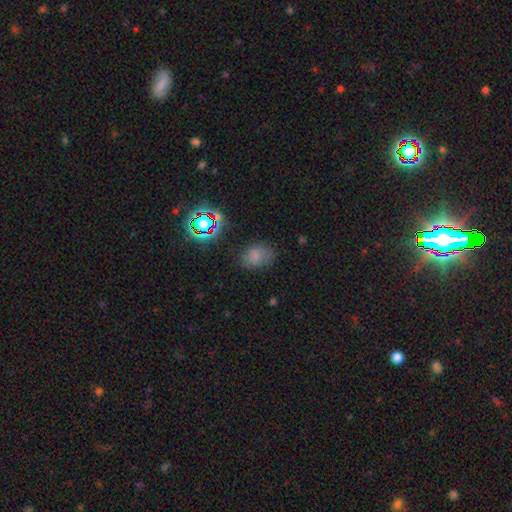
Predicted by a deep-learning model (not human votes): A smooth galaxy with no disk features (69%) that is in between round and cigar-shaped (66%).

Vote fractions:
- Smooth or featured? smooth: 69% / star or artifact: 21% / featured or disk: 10%
- How rounded? in between: 66% / round: 32% / cigar-shaped: 1%
- Merging? none: 70% / minor disturbance: 21% / major disturbance: 7% / merger: 2%